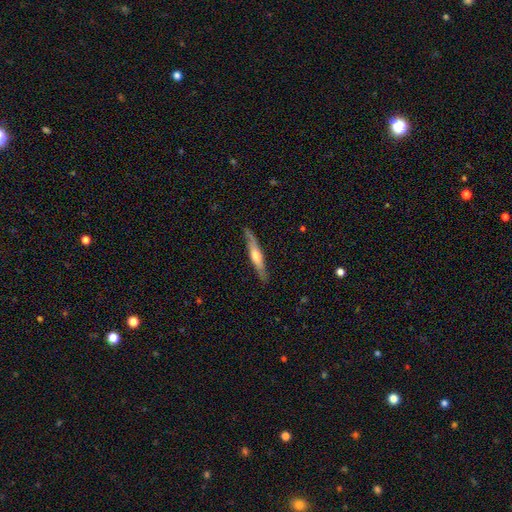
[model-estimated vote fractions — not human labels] Smooth or featured: featured or disk — 53% (smooth — 42%)
Edge-on disk: yes — 90% (no — 10%)
Merging: none — 84% (minor disturbance — 12%)